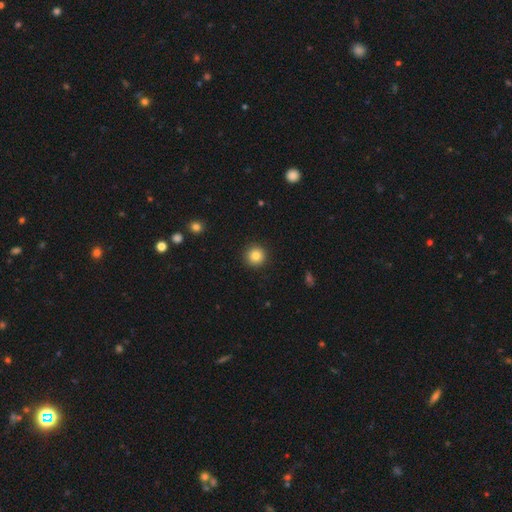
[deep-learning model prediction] Smooth or featured?
  - smooth: 83% *
  - star or artifact: 11%
  - featured or disk: 6%
How rounded?
  - round: 96% *
  - in between: 3%
  - cigar-shaped: 1%
Merging?
  - none: 93% *
  - minor disturbance: 5%
  - major disturbance: 2%
  - merger: 1%